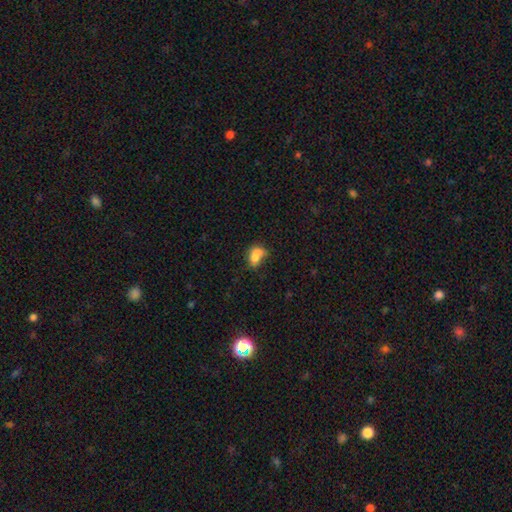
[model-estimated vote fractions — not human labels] The model was most divided on "merging": none: 34%, minor disturbance: 29%, major disturbance: 21%, merger: 16%. More confident: how rounded — in between (79%); smooth or featured — smooth (75%).